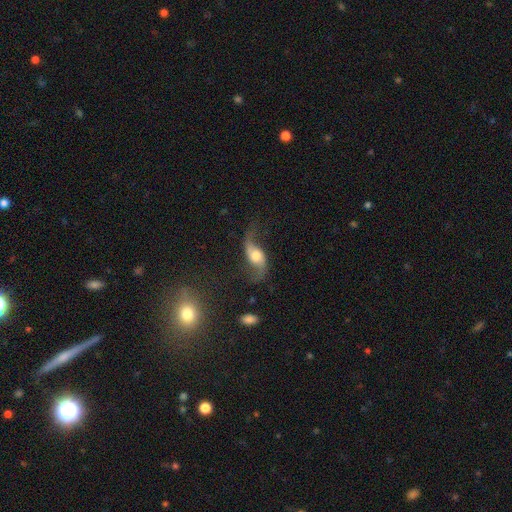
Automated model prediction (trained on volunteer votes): A featured or disk galaxy (81%) with no bar (59%), 2 (93%) loose (90%) spiral arms (94%) and a moderate central bulge (55%). Merging: none (66%).